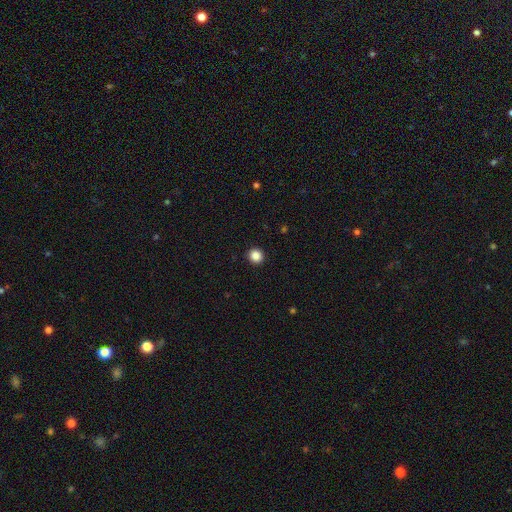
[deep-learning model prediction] smooth-or-featured: smooth: 87% | star or artifact: 10% | featured or disk: 3%
  how-rounded: round: 92% | in between: 7% | cigar-shaped: 1%
  merging: none: 93% | minor disturbance: 4% | major disturbance: 1% | merger: 1%